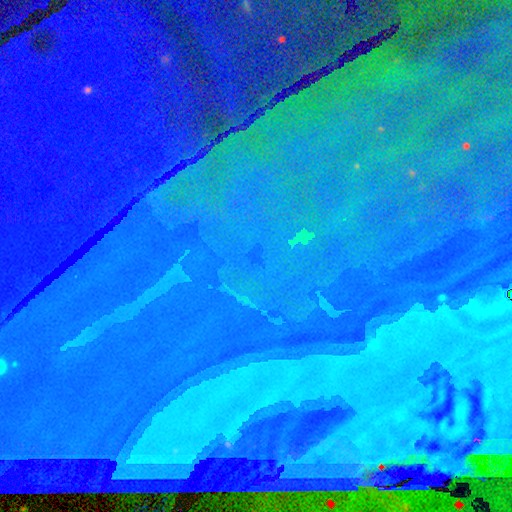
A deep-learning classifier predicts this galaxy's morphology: Smooth or featured?
  - star or artifact: 88% *
  - featured or disk: 6%
  - smooth: 6%